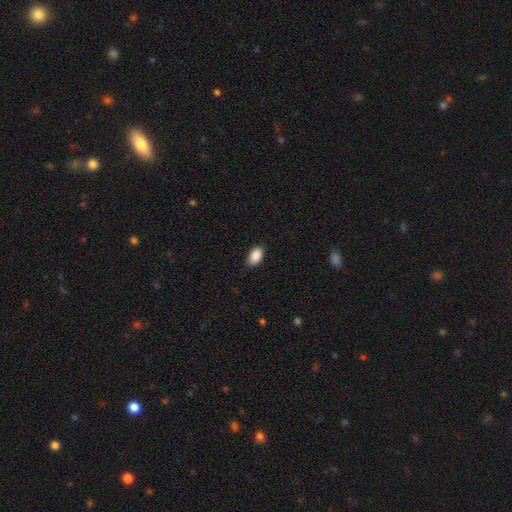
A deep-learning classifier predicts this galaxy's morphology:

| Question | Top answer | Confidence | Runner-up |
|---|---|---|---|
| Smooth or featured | smooth | 89% | star or artifact (7%) |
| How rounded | in between | 93% | round (5%) |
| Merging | none | 84% | minor disturbance (13%) |